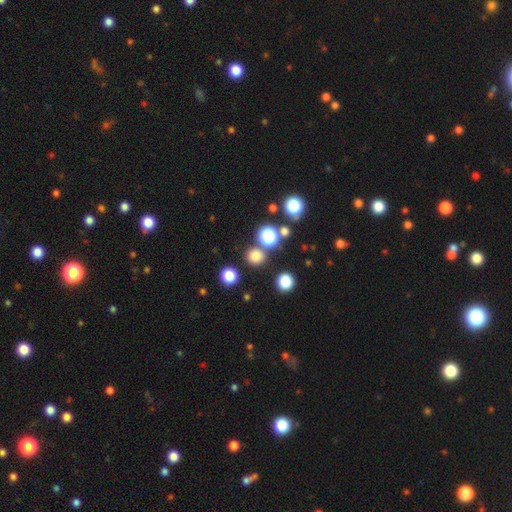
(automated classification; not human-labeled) smooth_or_featured: smooth (p=0.73) [alt: star or artifact p=0.22]
how_rounded: round (p=0.87) [alt: in between p=0.12]
merging: none (p=0.78) [alt: merger p=0.11]